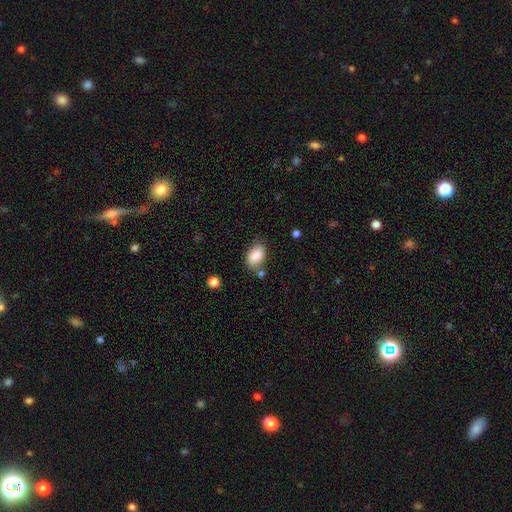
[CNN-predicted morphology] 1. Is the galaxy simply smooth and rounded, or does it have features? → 83% smooth, 10% featured or disk, 8% star or artifact.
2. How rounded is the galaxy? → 87% in between, 12% round, 1% cigar-shaped.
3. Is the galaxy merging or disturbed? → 68% none, 19% minor disturbance, 8% merger, 5% major disturbance.